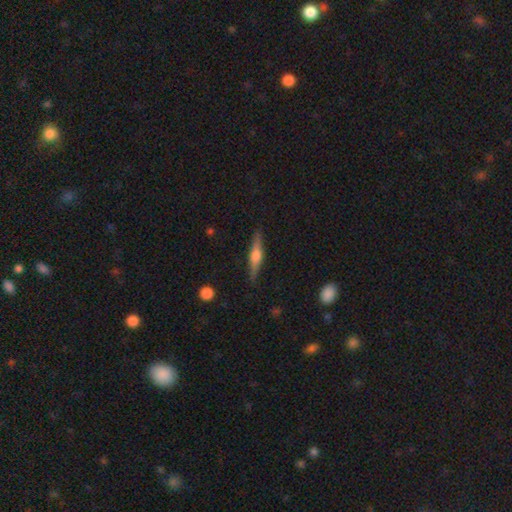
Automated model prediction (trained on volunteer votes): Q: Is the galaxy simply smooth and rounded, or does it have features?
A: featured or disk — 61%.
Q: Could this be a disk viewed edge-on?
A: yes — 97%.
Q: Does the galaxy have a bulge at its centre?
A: rounded — 84%.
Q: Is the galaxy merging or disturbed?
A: none — 88%.